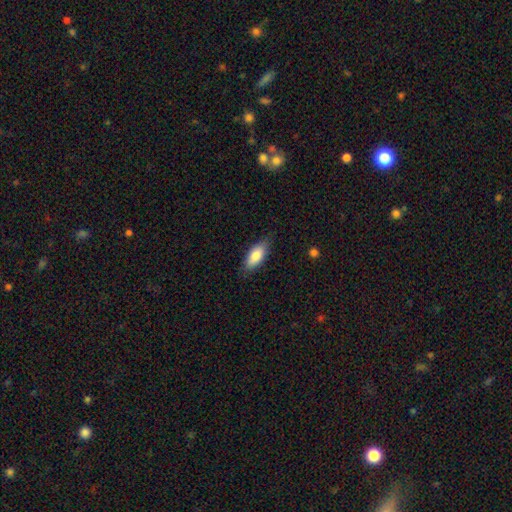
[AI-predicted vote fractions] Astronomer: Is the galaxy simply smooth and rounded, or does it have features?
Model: smooth — 81%.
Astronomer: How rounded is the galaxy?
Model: in between — 82%.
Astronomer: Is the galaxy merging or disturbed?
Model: none — 82%.